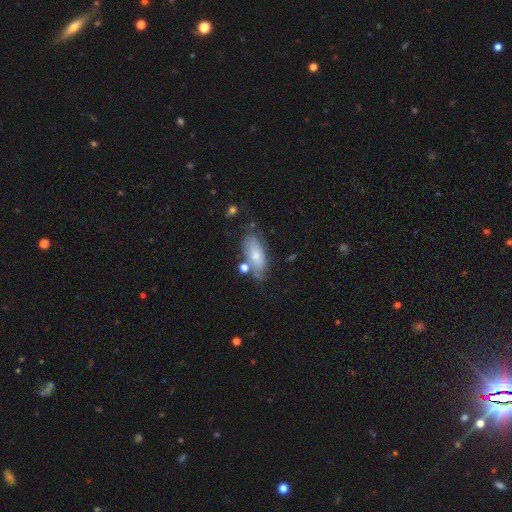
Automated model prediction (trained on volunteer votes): Smooth or featured? Predicted: smooth (p=0.64). How rounded? Predicted: in between (p=0.84). Merging? Predicted: none (p=0.60).